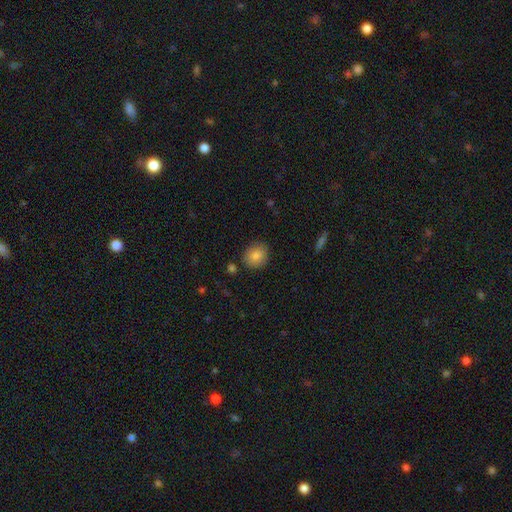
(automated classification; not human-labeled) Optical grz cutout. It shows a smooth galaxy with no disk features (84%) that is round (76%). Merging: none (85%).